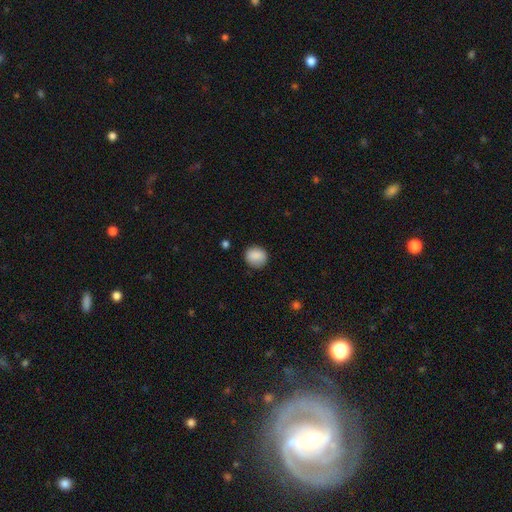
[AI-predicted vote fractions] smooth 87%, star or artifact 8%, featured or disk 5%. Down the decision tree: how rounded — round (81%); merging — none (84%).